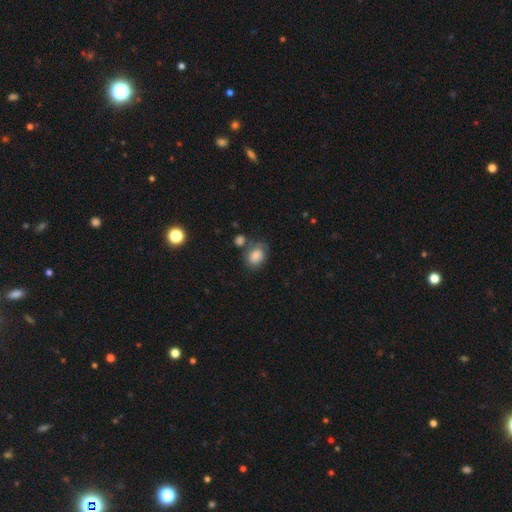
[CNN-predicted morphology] smooth 78%, featured or disk 13%, star or artifact 9%. Down the decision tree: how rounded — in between (59%); merging — none (50%).